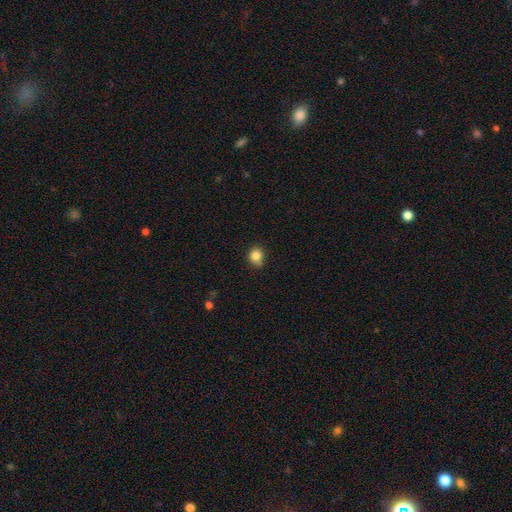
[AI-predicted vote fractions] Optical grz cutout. It shows a smooth galaxy with no disk features (82%) that is round (77%). Merging: none (68%).